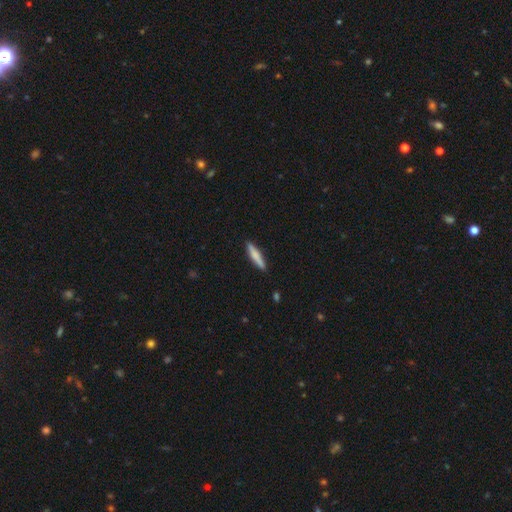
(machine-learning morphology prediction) smooth_or_featured: smooth (p=0.74) [alt: featured or disk p=0.20]
how_rounded: cigar-shaped (p=0.86) [alt: in between p=0.12]
merging: none (p=0.89) [alt: minor disturbance p=0.08]